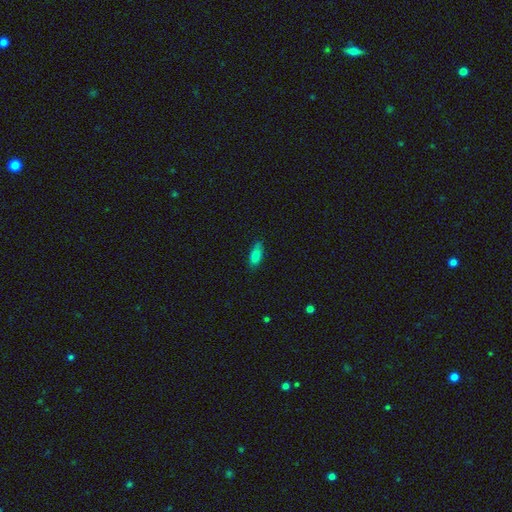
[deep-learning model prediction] Smooth or featured: smooth — 84% (star or artifact — 9%)
How rounded: in between — 71% (cigar-shaped — 27%)
Merging: none — 79% (minor disturbance — 17%)